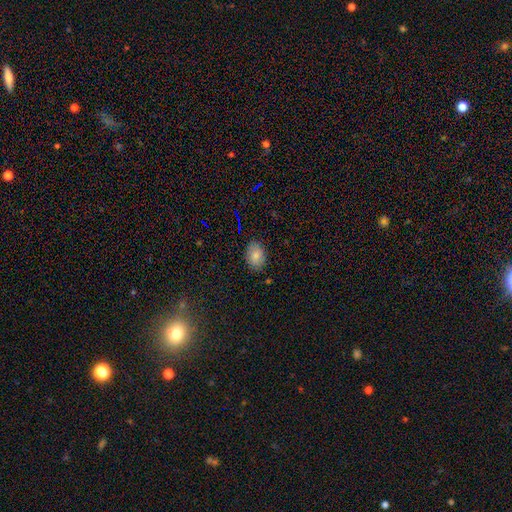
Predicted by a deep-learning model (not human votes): Smooth or featured? Predicted: smooth (p=0.82). How rounded? Predicted: in between (p=0.83). Merging? Predicted: none (p=0.84).